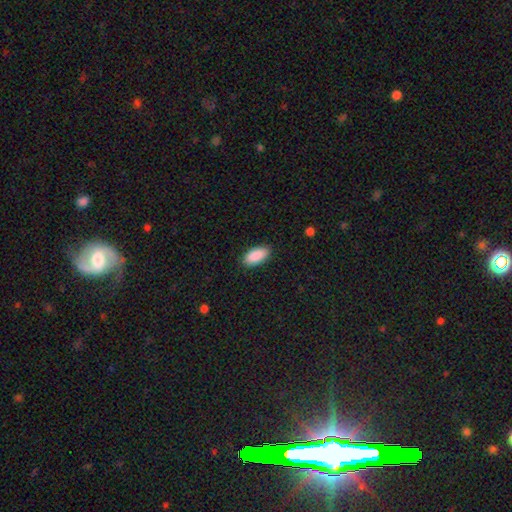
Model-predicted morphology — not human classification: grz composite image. It shows a smooth galaxy with no disk features (91%) that is in between round and cigar-shaped (92%). Merging: none (88%).